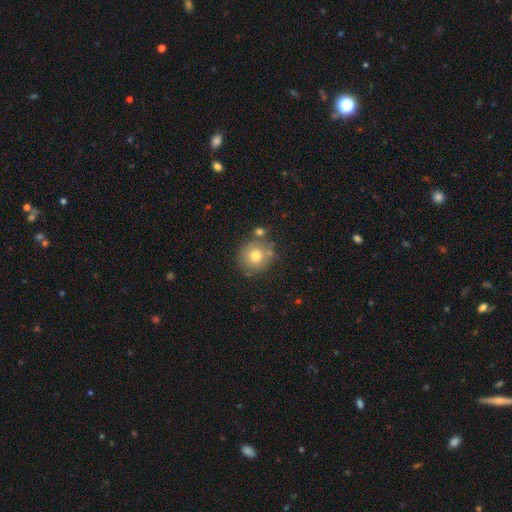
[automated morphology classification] smooth 74%, featured or disk 14%, star or artifact 11%. Down the decision tree: how rounded — round (93%); merging — none (75%).